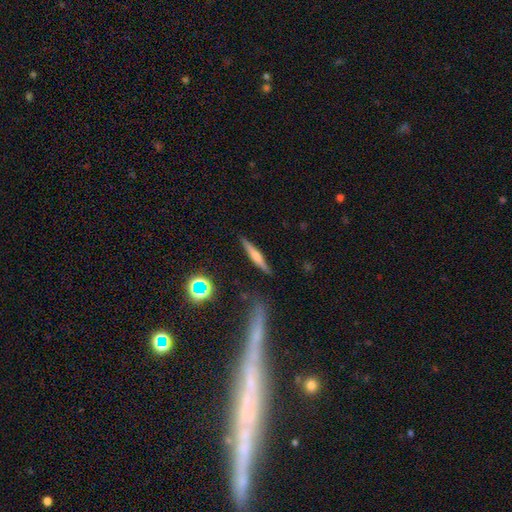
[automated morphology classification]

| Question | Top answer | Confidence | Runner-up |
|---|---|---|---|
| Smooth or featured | smooth | 52% | featured or disk (39%) |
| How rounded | cigar-shaped | 91% | in between (7%) |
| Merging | none | 84% | minor disturbance (11%) |